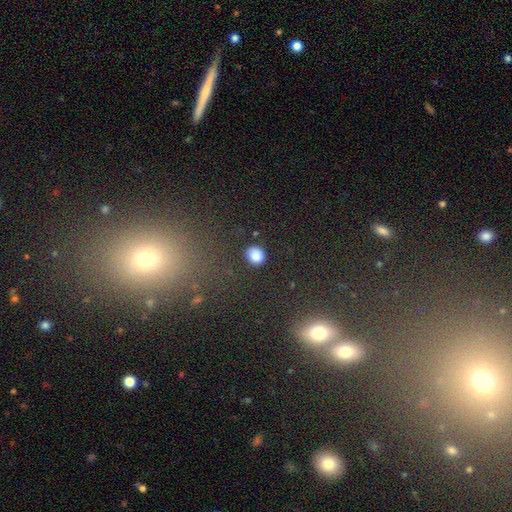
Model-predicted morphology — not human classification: smooth-or-featured: smooth: 84% | star or artifact: 11% | featured or disk: 5%
  how-rounded: round: 72% | in between: 27% | cigar-shaped: 1%
  merging: none: 85% | minor disturbance: 10% | major disturbance: 3% | merger: 2%